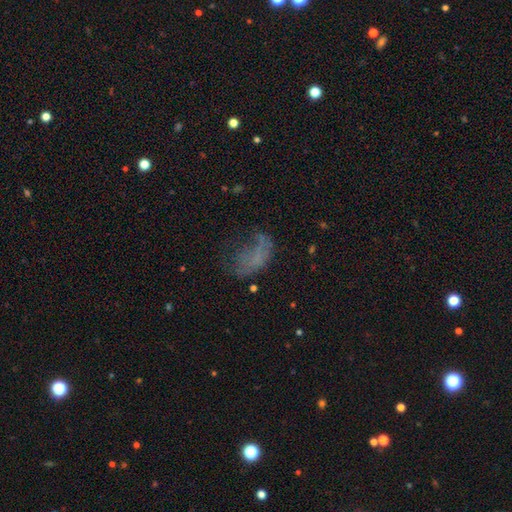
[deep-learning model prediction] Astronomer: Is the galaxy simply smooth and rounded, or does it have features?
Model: smooth — 45% (runner-up: featured or disk, 34%).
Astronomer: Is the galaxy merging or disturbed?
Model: major disturbance — 42% (runner-up: none, 32%).